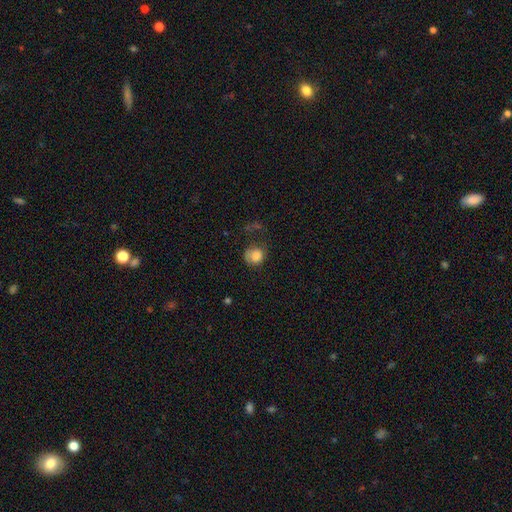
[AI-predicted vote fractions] smooth_or_featured: smooth (p=0.81) [alt: featured or disk p=0.10]
how_rounded: round (p=0.73) [alt: in between p=0.26]
merging: none (p=0.42) [alt: minor disturbance p=0.28]